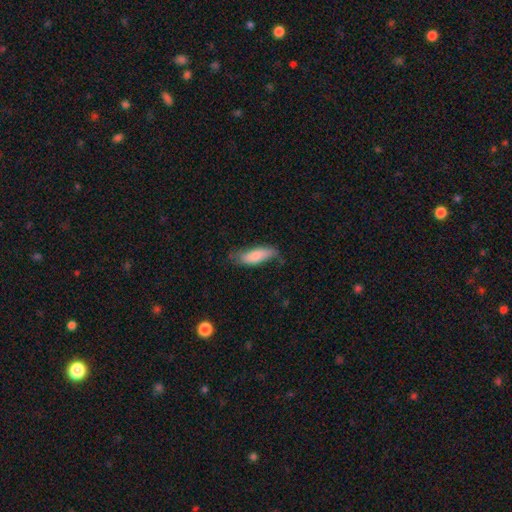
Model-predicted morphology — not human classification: type=smooth (76%); roundness=in between (61%); merging=none (54%).